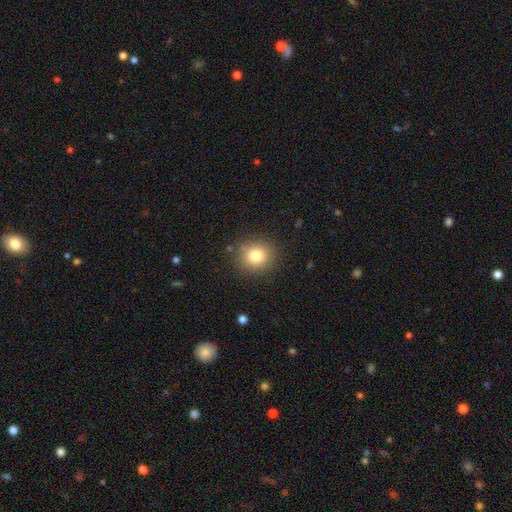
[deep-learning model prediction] Morphology: type=smooth (80%); roundness=round (85%); merging=none (87%).